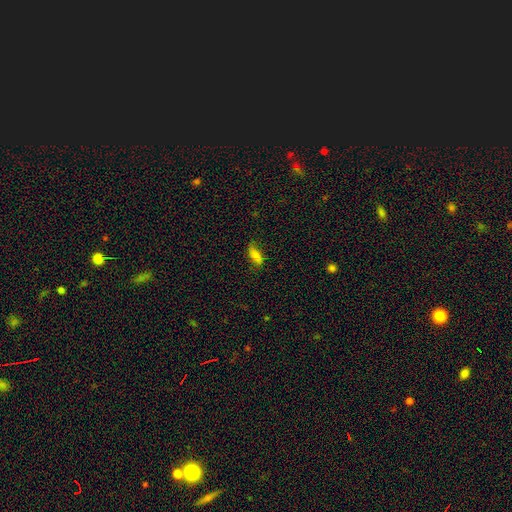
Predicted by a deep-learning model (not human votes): Q: Smooth or featured?
A: smooth (78%); runner-up: featured or disk (13%)
Q: How rounded?
A: in between (74%); runner-up: cigar-shaped (23%)
Q: Merging?
A: none (67%); runner-up: minor disturbance (24%)